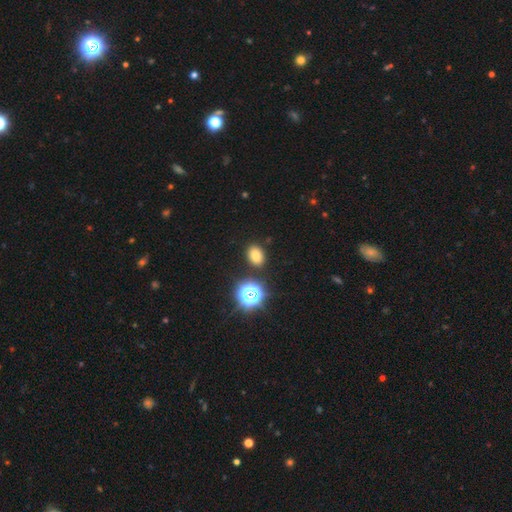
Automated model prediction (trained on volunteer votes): Smooth or featured: smooth — 76% (star or artifact — 18%)
How rounded: in between — 63% (round — 36%)
Merging: none — 86% (minor disturbance — 8%)